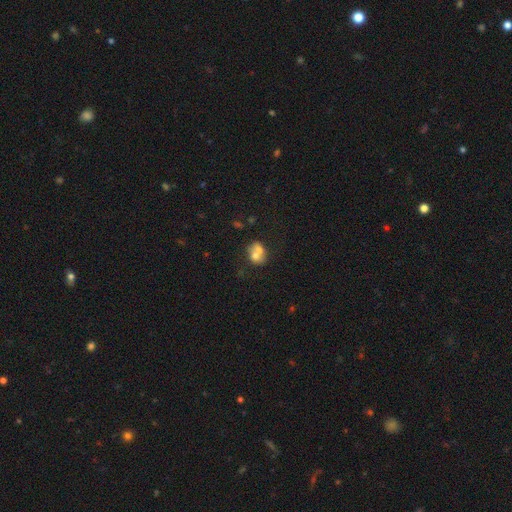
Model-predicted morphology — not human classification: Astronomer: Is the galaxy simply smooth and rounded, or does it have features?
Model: smooth — 64%.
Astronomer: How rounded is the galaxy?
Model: round — 56% (runner-up: in between, 43%).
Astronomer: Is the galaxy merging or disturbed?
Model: merger — 63%.